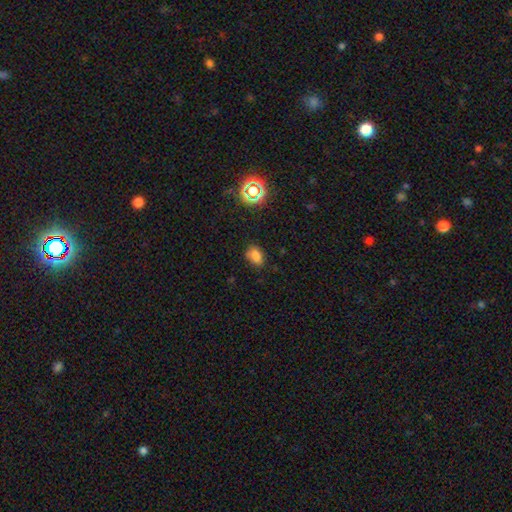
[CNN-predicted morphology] Smooth or featured? Predicted: smooth (p=0.75). How rounded? Predicted: in between (p=0.72). Merging? Predicted: none (p=0.72).